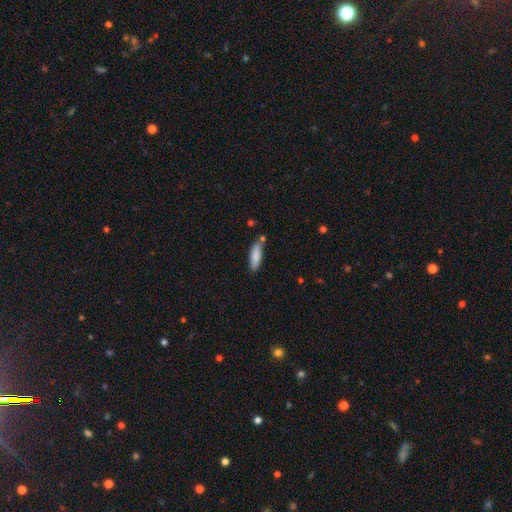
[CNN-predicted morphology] Smooth or featured?
  - smooth: 84% *
  - featured or disk: 9%
  - star or artifact: 6%
How rounded?
  - cigar-shaped: 52% *
  - in between: 46%
  - round: 2%
Merging?
  - none: 71% *
  - minor disturbance: 16%
  - merger: 9%
  - major disturbance: 3%